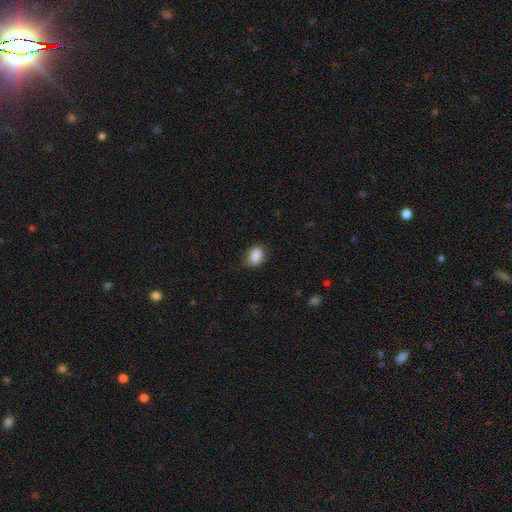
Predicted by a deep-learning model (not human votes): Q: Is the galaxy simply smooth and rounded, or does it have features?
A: smooth — 87%.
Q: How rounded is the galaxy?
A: in between — 66%.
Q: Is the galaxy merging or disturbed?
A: none — 75%.